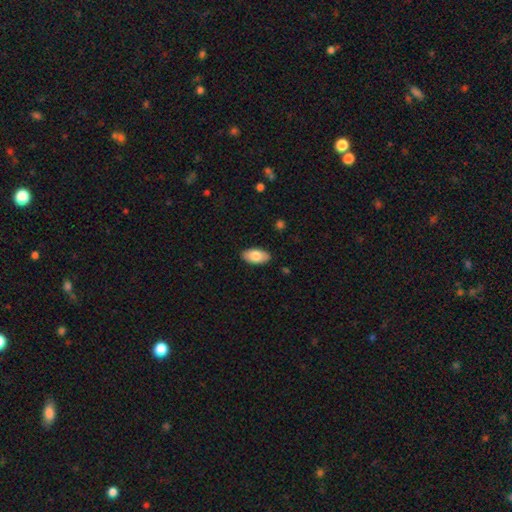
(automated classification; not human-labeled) Morphology: type=smooth (81%); roundness=in between (95%); merging=none (88%).